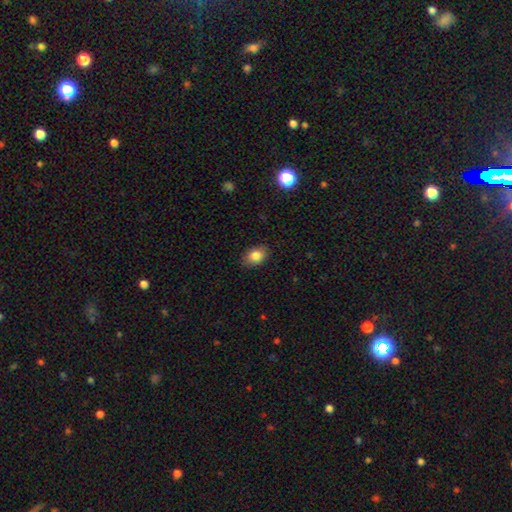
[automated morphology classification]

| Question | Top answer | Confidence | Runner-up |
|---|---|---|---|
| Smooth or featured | smooth | 83% | star or artifact (9%) |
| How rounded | in between | 74% | round (25%) |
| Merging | none | 86% | minor disturbance (11%) |